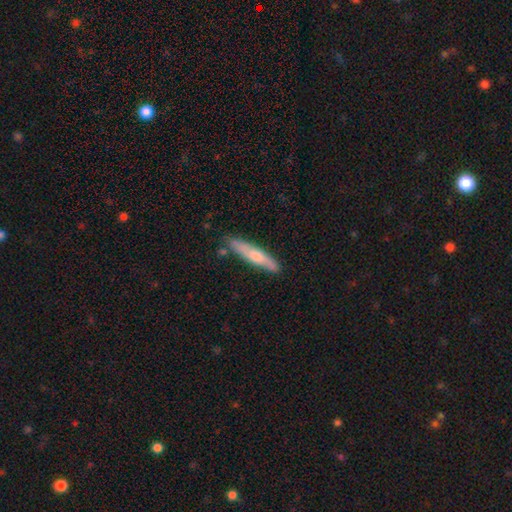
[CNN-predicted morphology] smooth-or-featured: featured or disk: 50% | smooth: 43% | star or artifact: 7%
  merging: none: 84% | minor disturbance: 12% | major disturbance: 2% | merger: 2%